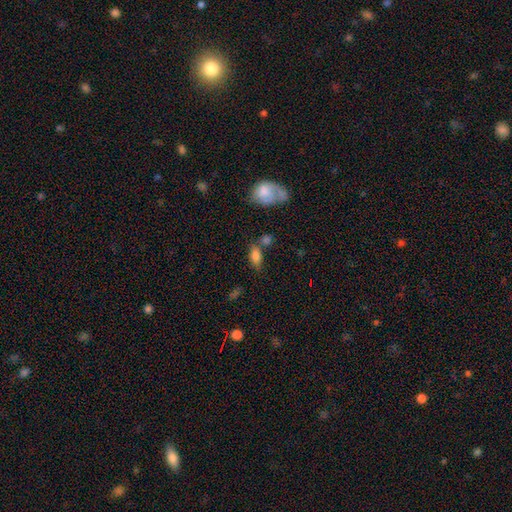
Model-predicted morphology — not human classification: Smooth or featured? smooth (81%)
How rounded? in between (86%)
Merging? none (55%)